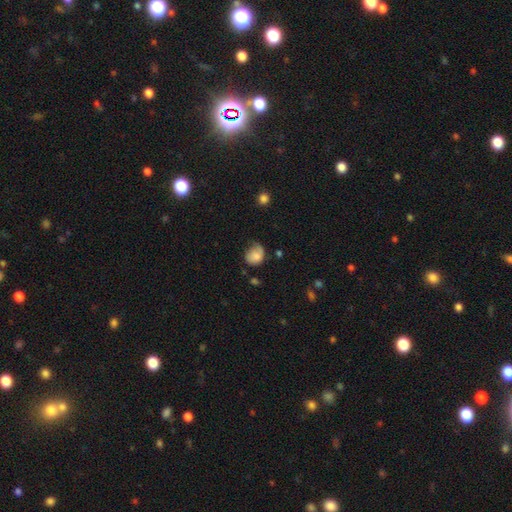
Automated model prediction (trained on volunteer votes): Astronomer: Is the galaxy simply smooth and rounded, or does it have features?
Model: smooth — 65%.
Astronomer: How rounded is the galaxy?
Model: round — 57% (runner-up: in between, 42%).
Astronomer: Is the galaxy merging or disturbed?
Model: none — 38% (runner-up: minor disturbance, 36%).